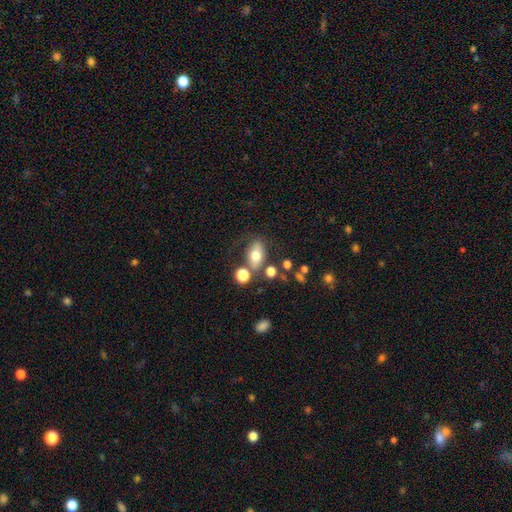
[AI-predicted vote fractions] Q: Smooth or featured?
A: smooth (69%); runner-up: featured or disk (20%)
Q: How rounded?
A: in between (80%); runner-up: round (17%)
Q: Merging?
A: none (58%); runner-up: minor disturbance (17%)